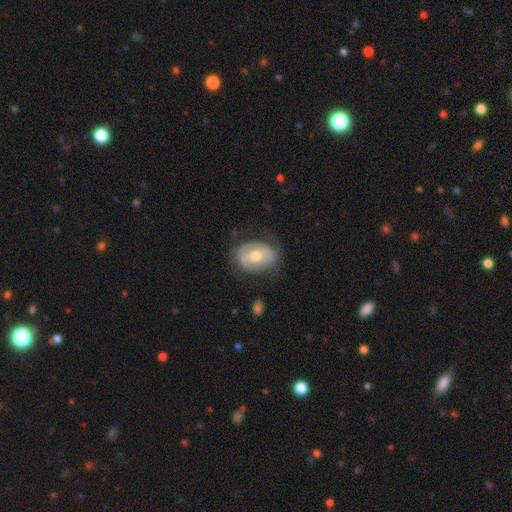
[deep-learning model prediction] Smooth or featured? featured or disk (53%)
Edge-on disk? no (94%)
Merging? none (67%)